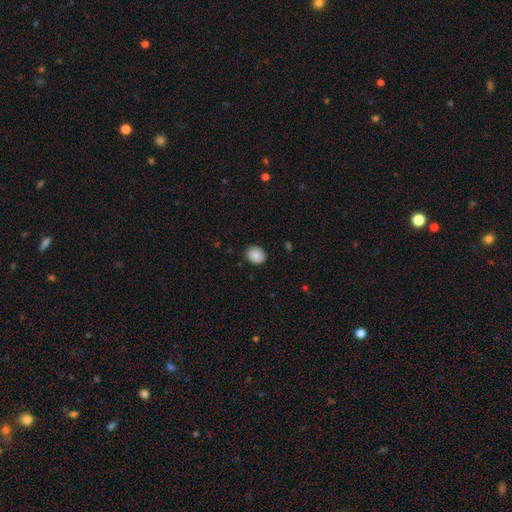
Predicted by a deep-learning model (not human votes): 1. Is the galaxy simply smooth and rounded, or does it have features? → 85% smooth, 8% star or artifact, 7% featured or disk.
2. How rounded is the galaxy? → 58% round, 41% in between, 1% cigar-shaped.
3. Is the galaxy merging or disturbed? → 88% none, 9% minor disturbance, 2% major disturbance, 1% merger.